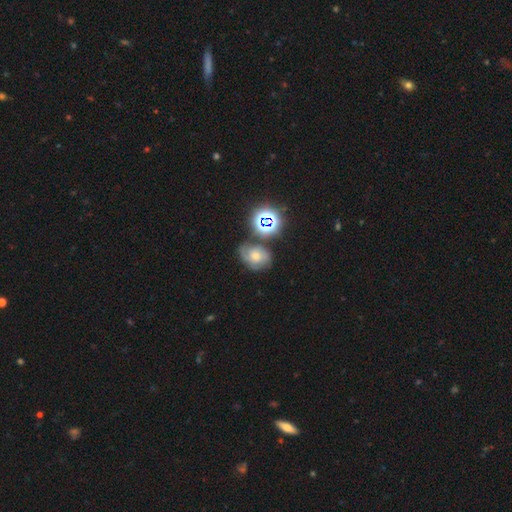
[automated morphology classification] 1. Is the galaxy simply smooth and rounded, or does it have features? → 45% featured or disk, 31% star or artifact, 24% smooth.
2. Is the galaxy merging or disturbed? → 62% none, 20% minor disturbance, 10% merger, 8% major disturbance.